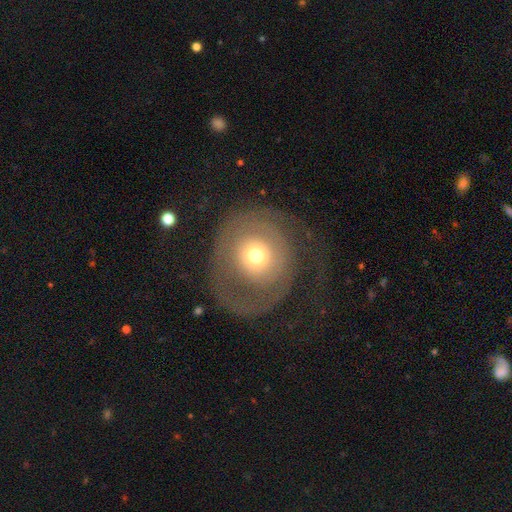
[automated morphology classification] smooth_or_featured: featured or disk (p=0.56) [alt: smooth p=0.36]
disk_edge_on: no (p=0.96) [alt: yes p=0.04]
bar: no (p=0.86) [alt: weak p=0.11]
has_spiral_arms: yes (p=0.56) [alt: no p=0.44]
bulge_size: moderate (p=0.51) [alt: small p=0.34]
merging: none (p=0.53) [alt: major disturbance p=0.31]